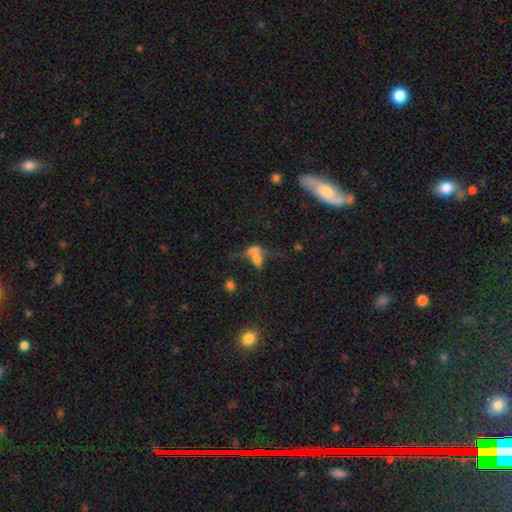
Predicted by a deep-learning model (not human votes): This is possibly a smooth galaxy (51%). How rounded: likely in between (66%). Merging: possibly merger (56%).